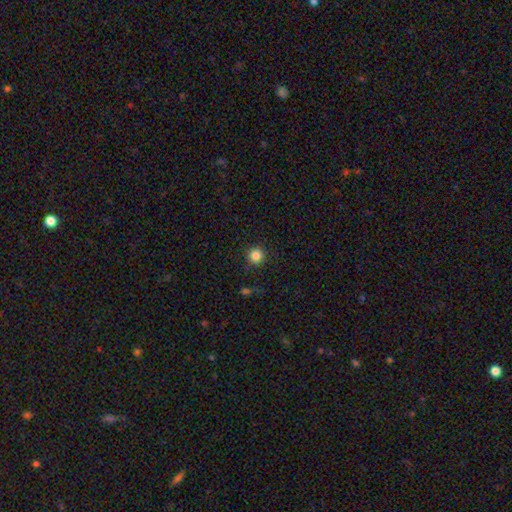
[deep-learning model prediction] Smooth or featured? smooth (84%)
How rounded? round (95%)
Merging? none (89%)